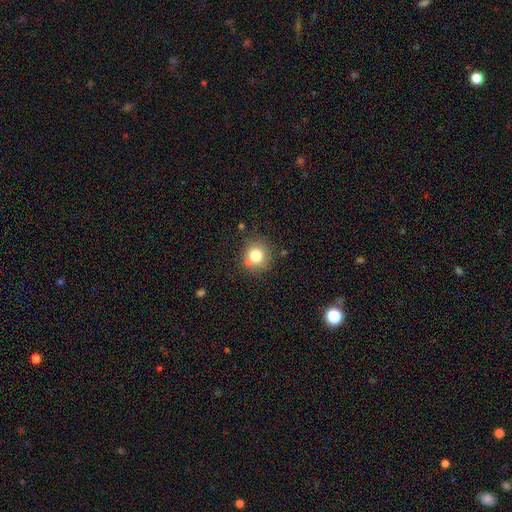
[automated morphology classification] Overall: smooth (78%). How rounded: round (89%). Merging: none (76%).